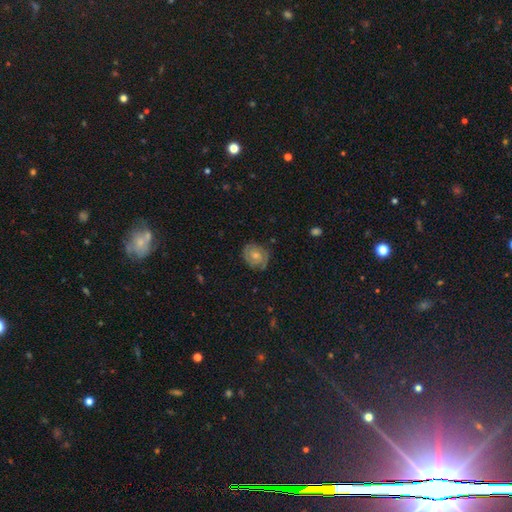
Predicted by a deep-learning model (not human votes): A featured or disk galaxy (65%) with no bar (62%), 2 (65%) tight (62%) spiral arms (88%) and a small central bulge (46%).

Vote fractions:
- Smooth or featured? featured or disk: 65% / smooth: 27% / star or artifact: 8%
- Edge-on disk? no: 97% / yes: 3%
- Bar? no: 62% / weak: 32% / strong: 5%
- Spiral arms? yes: 88% / no: 12%
- Spiral winding? tight: 62% / medium: 30% / loose: 8%
- Spiral arm count? 2: 65% / can't tell: 19% / 3: 7% / 1: 4% / 4: 2% / more than 4: 2%
- Bulge size? small: 46% / moderate: 43% / none: 6% / large: 4% / dominant: 1%
- Merging? none: 76% / minor disturbance: 17% / major disturbance: 5% / merger: 1%